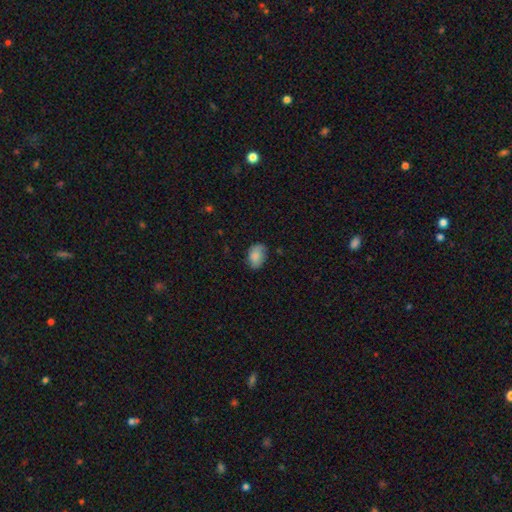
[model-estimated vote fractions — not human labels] A smooth galaxy with no disk features (78%) that is in between round and cigar-shaped (77%).

Vote fractions:
- Smooth or featured? smooth: 78% / featured or disk: 15% / star or artifact: 8%
- How rounded? in between: 77% / round: 22% / cigar-shaped: 1%
- Merging? none: 67% / minor disturbance: 26% / major disturbance: 6% / merger: 1%